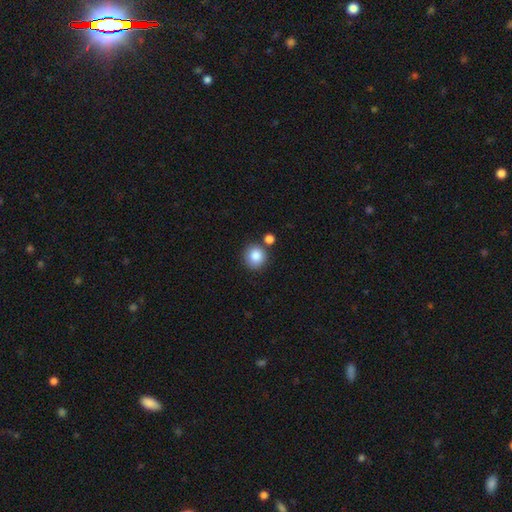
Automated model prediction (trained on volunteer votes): smooth_or_featured: smooth (p=0.86) [alt: star or artifact p=0.09]
how_rounded: round (p=0.91) [alt: in between p=0.08]
merging: none (p=0.77) [alt: merger p=0.11]